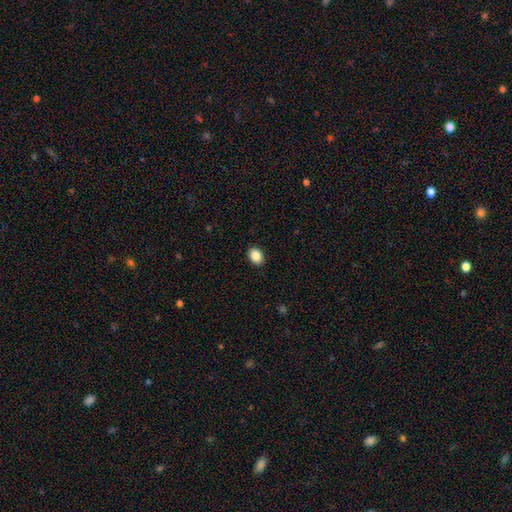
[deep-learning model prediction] Smooth or featured: smooth — 88% (star or artifact — 8%)
How rounded: in between — 78% (round — 21%)
Merging: none — 90% (minor disturbance — 7%)